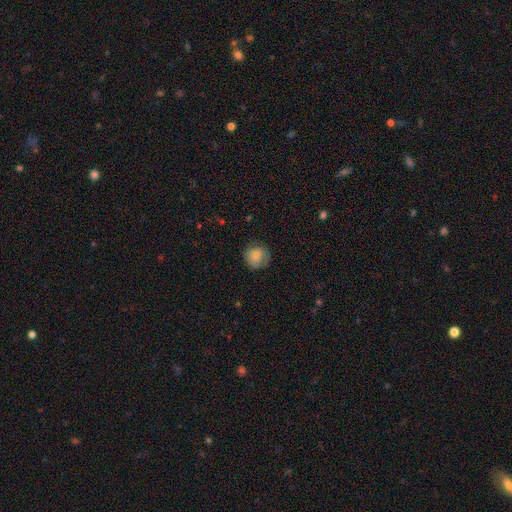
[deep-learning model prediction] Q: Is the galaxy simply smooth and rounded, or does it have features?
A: smooth — 81%.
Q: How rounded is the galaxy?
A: round — 87%.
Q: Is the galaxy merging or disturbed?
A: none — 68%.